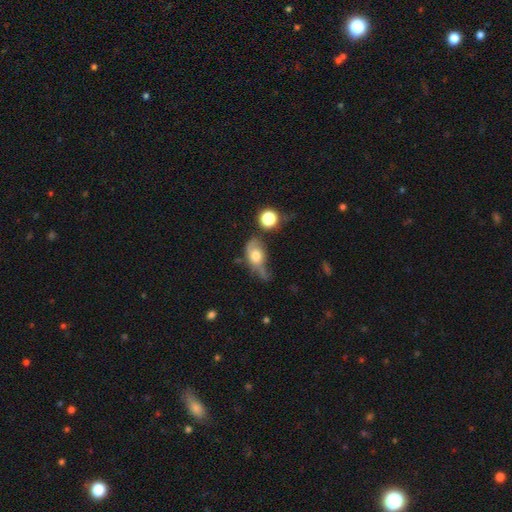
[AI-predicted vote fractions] Smooth or featured? smooth (60%)
How rounded? in between (77%)
Merging? minor disturbance (31%)